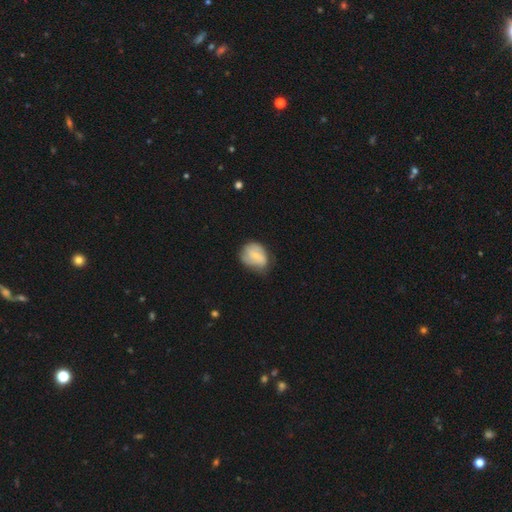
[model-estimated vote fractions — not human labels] smooth-or-featured: smooth: 58% | featured or disk: 34% | star or artifact: 7%
  how-rounded: round: 55% | in between: 44% | cigar-shaped: 1%
  merging: none: 48% | minor disturbance: 37% | major disturbance: 13% | merger: 2%